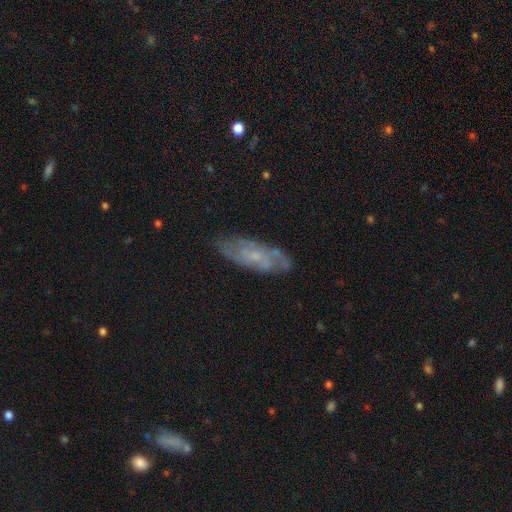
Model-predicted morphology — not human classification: Smooth or featured?
  - featured or disk: 67% *
  - smooth: 24%
  - star or artifact: 9%
Edge-on disk?
  - no: 85% *
  - yes: 15%
Bar?
  - no: 70% *
  - weak: 26%
  - strong: 4%
Spiral arms?
  - yes: 84% *
  - no: 16%
Bulge size?
  - small: 69% *
  - moderate: 17%
  - none: 12%
  - large: 1%
  - dominant: 1%
Merging?
  - none: 76% *
  - minor disturbance: 17%
  - major disturbance: 5%
  - merger: 2%